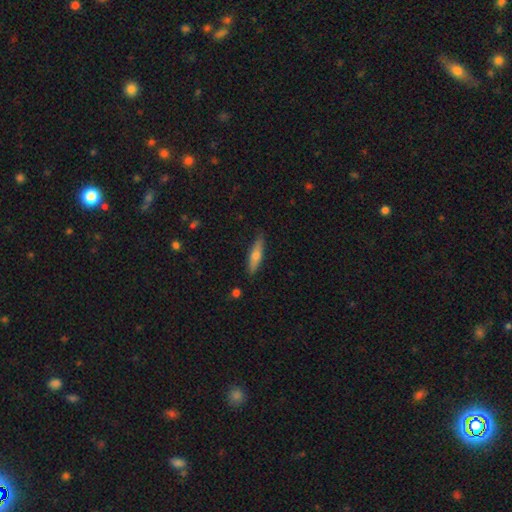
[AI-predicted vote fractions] The model was most divided on "smooth or featured": smooth: 61%, featured or disk: 33%, star or artifact: 6%. More confident: merging — none (86%); how rounded — cigar-shaped (75%).